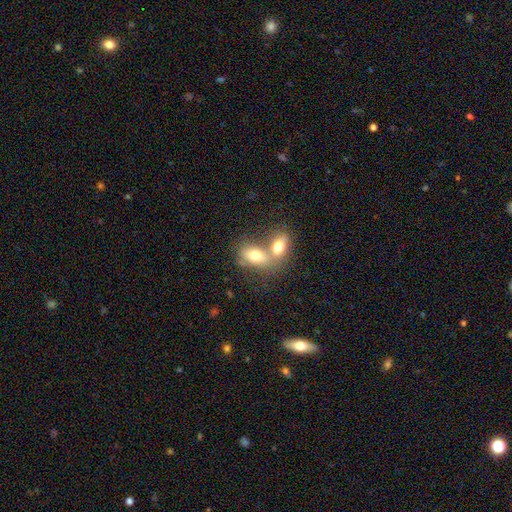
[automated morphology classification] Q: Smooth or featured?
A: smooth (74%); runner-up: featured or disk (18%)
Q: How rounded?
A: in between (87%); runner-up: round (10%)
Q: Merging?
A: merger (64%); runner-up: none (24%)